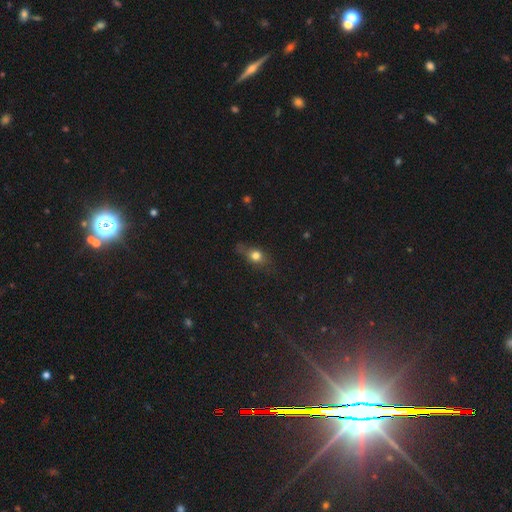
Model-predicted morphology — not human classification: This is likely a smooth galaxy (68%). How rounded: possibly in between (50%). Merging: likely none (66%).